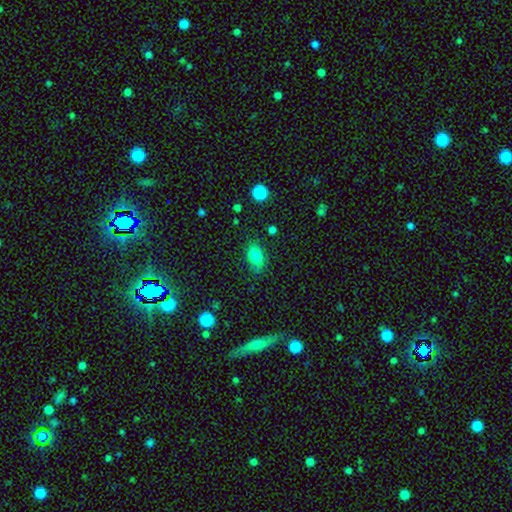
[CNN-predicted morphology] smooth-or-featured: smooth: 82% | star or artifact: 11% | featured or disk: 8%
  how-rounded: in between: 85% | round: 12% | cigar-shaped: 3%
  merging: none: 73% | minor disturbance: 19% | major disturbance: 5% | merger: 2%